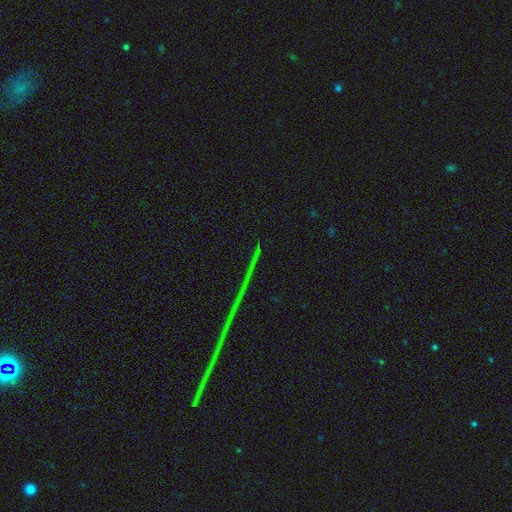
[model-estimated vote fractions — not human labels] Overall: star or artifact (85%).